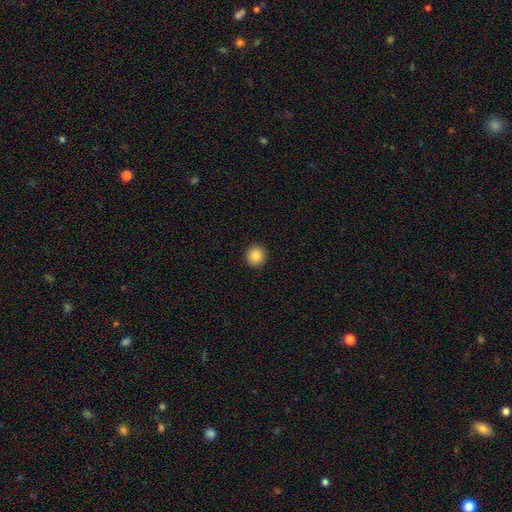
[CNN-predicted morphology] This is clearly a smooth galaxy (86%). How rounded: clearly round (90%). Merging: clearly none (93%).